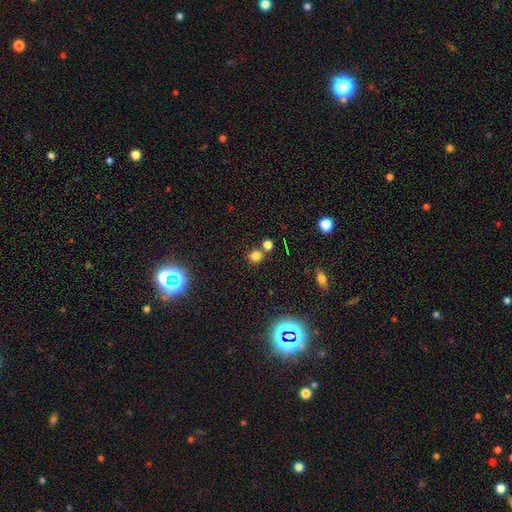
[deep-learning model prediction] smooth-or-featured: smooth: 75% | star or artifact: 19% | featured or disk: 6%
  how-rounded: round: 84% | in between: 15% | cigar-shaped: 1%
  merging: none: 70% | merger: 19% | minor disturbance: 8% | major disturbance: 3%